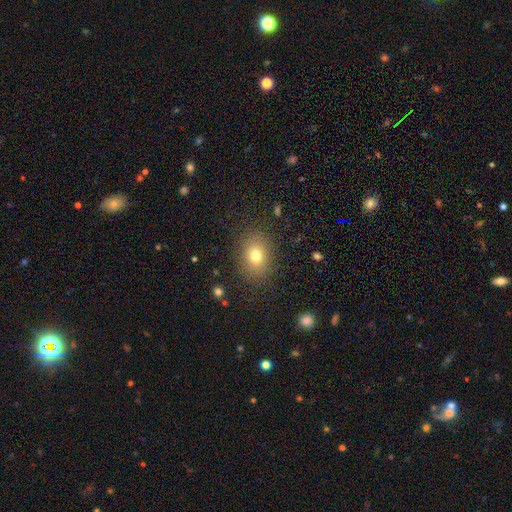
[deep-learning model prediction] smooth_or_featured: smooth (p=0.76) [alt: star or artifact p=0.13]
how_rounded: in between (p=0.58) [alt: round p=0.41]
merging: none (p=0.85) [alt: minor disturbance p=0.10]